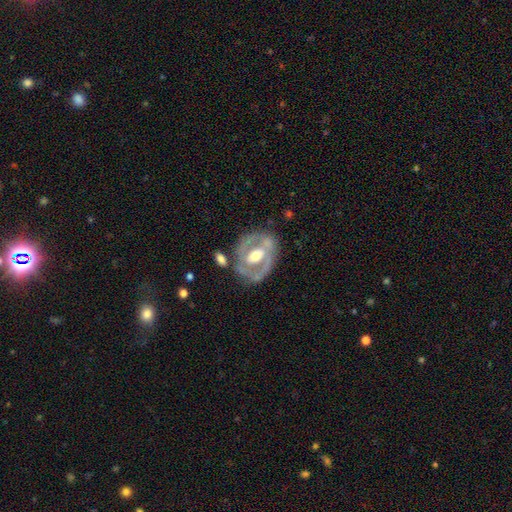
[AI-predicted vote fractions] This appears to be a featured or disk galaxy (77%) with a weak bar (37%), spiral arms (55%) and a moderate central bulge (65%). Merging: none (67%).